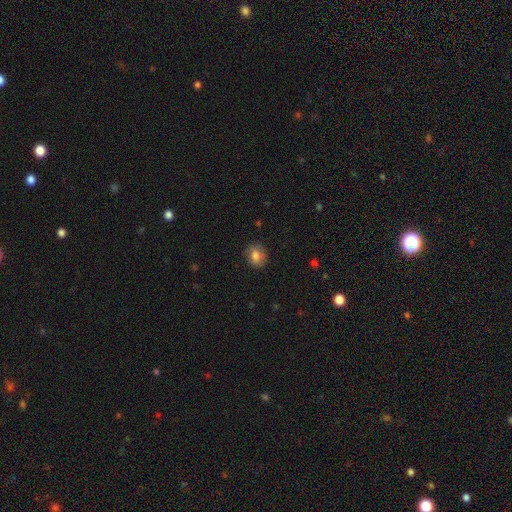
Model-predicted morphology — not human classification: This appears to be a smooth galaxy with no disk features (78%) that is round (51%). Merging: none (82%).